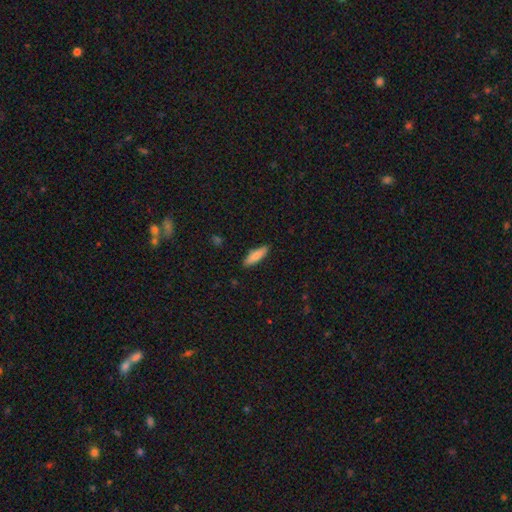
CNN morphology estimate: smooth 82%, featured or disk 12%, star or artifact 6%. Down the decision tree: how rounded — cigar-shaped (60%); merging — none (88%).